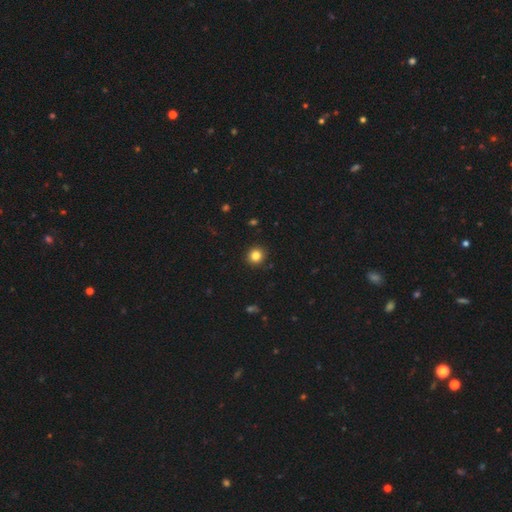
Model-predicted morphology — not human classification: This appears to be a smooth galaxy with no disk features (83%) that is round (91%). Merging: none (92%).